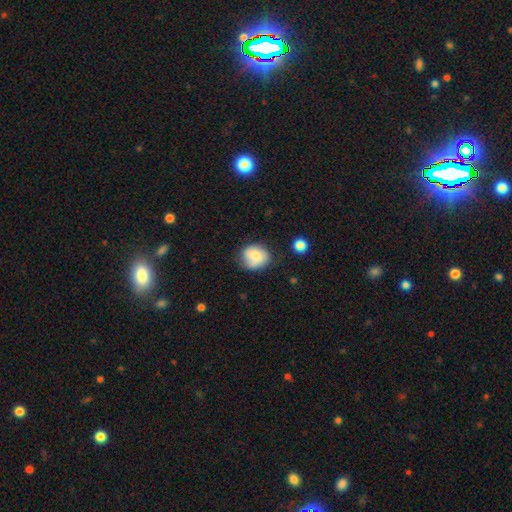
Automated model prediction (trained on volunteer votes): Smooth or featured? smooth (69%)
How rounded? round (70%)
Merging? none (60%)